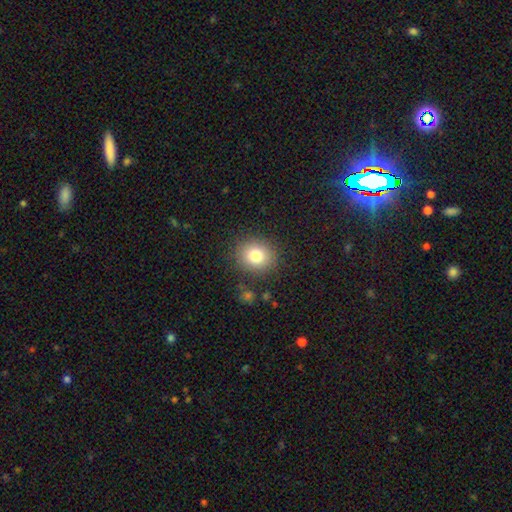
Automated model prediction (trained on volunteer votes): Smooth or featured? Predicted: smooth (p=0.80). How rounded? Predicted: round (p=0.78). Merging? Predicted: none (p=0.87).